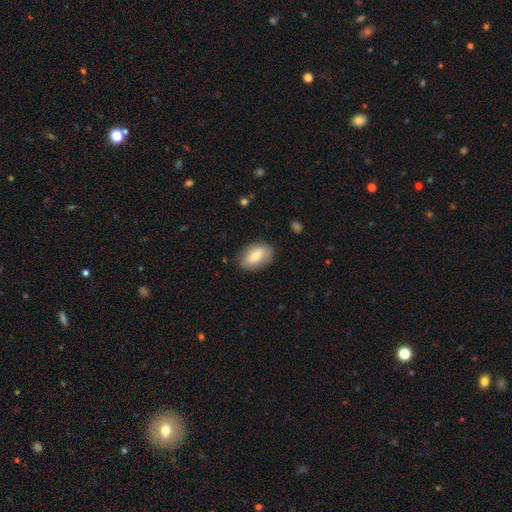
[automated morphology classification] Overall: smooth (71%). How rounded: in between (89%). Merging: none (83%).